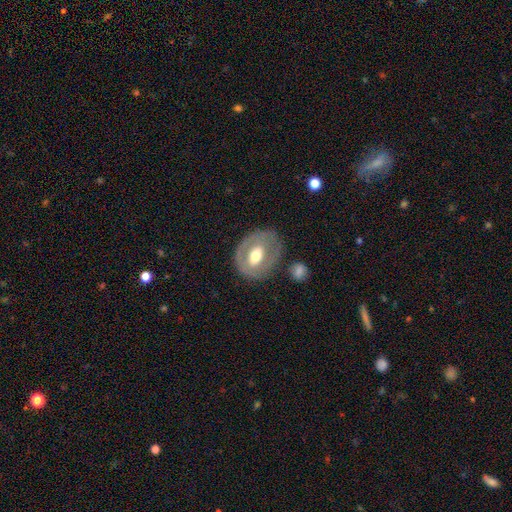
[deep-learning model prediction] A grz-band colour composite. It shows a featured or disk galaxy (52%). Merging: none (71%).